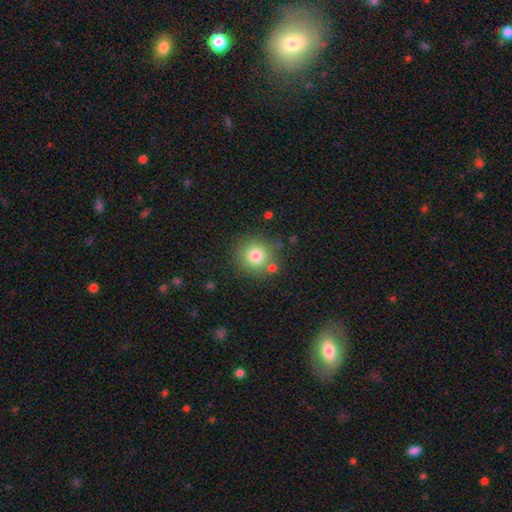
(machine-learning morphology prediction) smooth 79%, star or artifact 12%, featured or disk 9%. Down the decision tree: how rounded — round (92%); merging — none (79%).